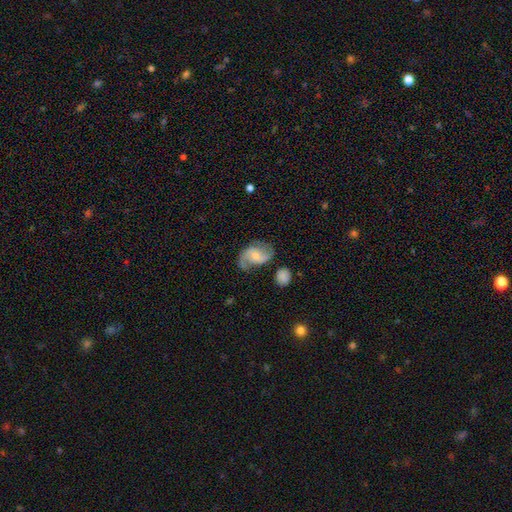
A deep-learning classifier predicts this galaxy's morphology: Smooth or featured? featured or disk (73%)
Edge-on disk? no (97%)
Bar? no (44%)
Spiral arms? yes (92%)
Spiral winding? loose (45%)
Spiral arm count? 2 (86%)
Bulge size? small (52%)
Merging? none (61%)